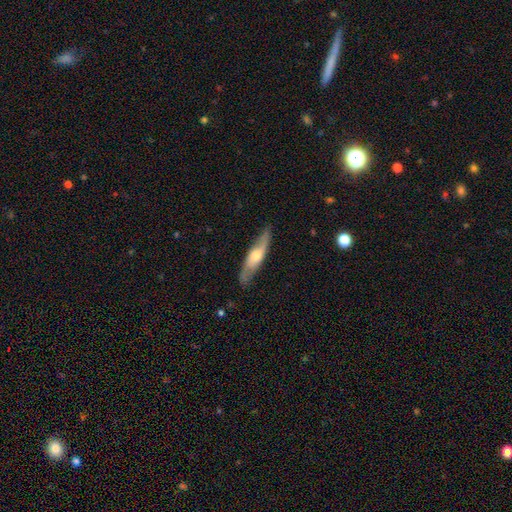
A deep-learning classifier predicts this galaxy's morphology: The model was most divided on "edge-on disk": yes: 57%, no: 43%. More confident: merging — none (82%); smooth or featured — featured or disk (60%).